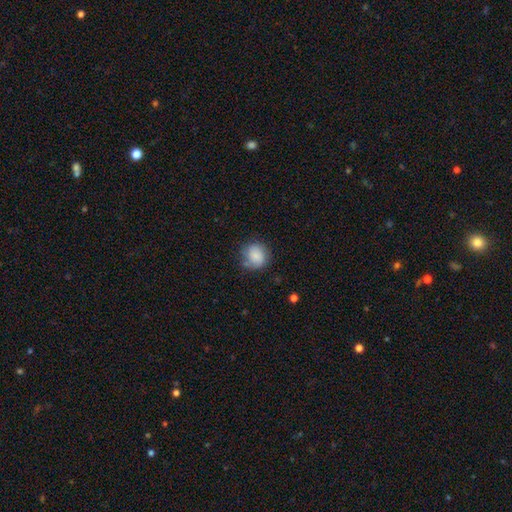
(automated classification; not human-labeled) This appears to be a smooth galaxy with no disk features (75%) that is round (78%). Merging: none (63%).